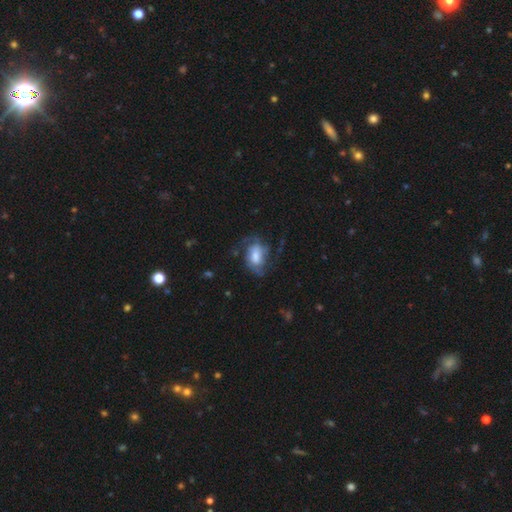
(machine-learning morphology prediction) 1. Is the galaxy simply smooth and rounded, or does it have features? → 64% featured or disk, 28% smooth, 7% star or artifact.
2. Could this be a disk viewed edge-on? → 97% no, 3% yes.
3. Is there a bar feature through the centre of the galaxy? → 47% no, 41% weak, 12% strong.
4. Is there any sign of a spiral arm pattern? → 87% yes, 13% no.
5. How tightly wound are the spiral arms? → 46% medium, 31% loose, 23% tight.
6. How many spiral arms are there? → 49% 2, 21% can't tell, 16% 3, 6% 1, 4% 4, 3% more than 4.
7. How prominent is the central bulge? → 40% moderate, 31% large, 18% small, 7% none, 4% dominant.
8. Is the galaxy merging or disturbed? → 51% none, 25% major disturbance, 23% minor disturbance, 2% merger.